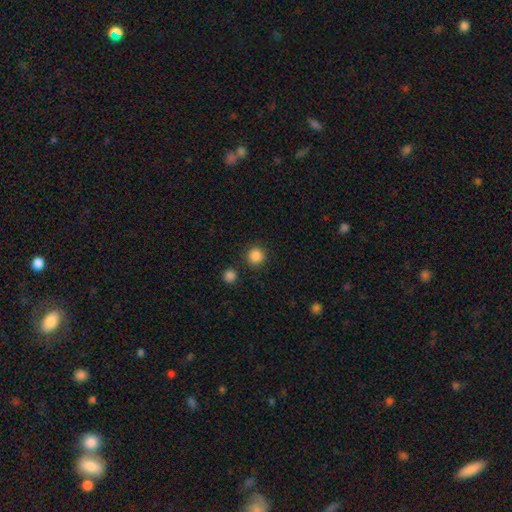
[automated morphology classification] This appears to be a smooth galaxy with no disk features (86%) that is round (95%). Merging: none (88%).